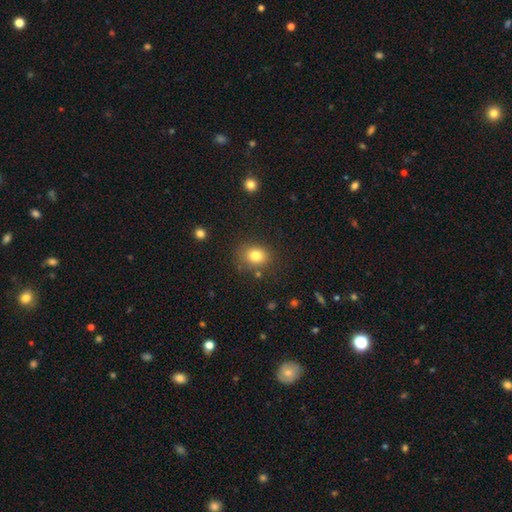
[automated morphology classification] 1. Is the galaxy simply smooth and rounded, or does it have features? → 80% smooth, 12% star or artifact, 8% featured or disk.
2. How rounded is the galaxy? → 61% round, 38% in between, 1% cigar-shaped.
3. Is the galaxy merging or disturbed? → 80% none, 12% minor disturbance, 4% major disturbance, 4% merger.